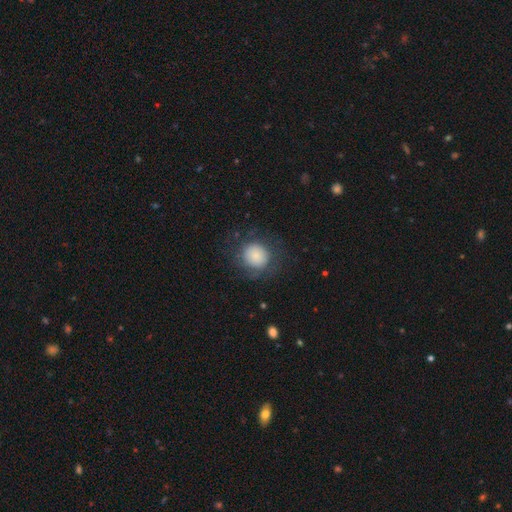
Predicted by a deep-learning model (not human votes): Smooth or featured? smooth (80%)
How rounded? round (87%)
Merging? none (72%)